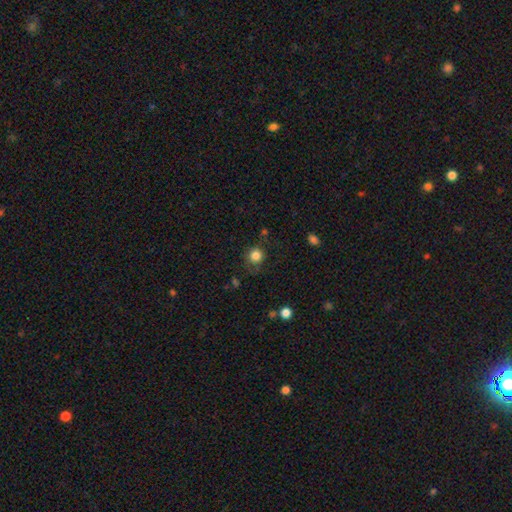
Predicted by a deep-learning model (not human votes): Overall: smooth (83%). How rounded: round (88%). Merging: none (72%).